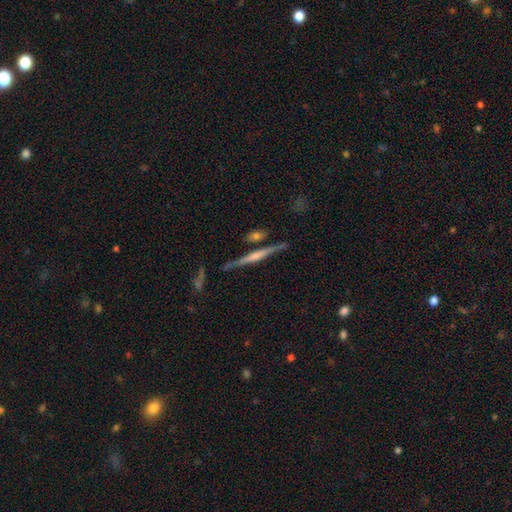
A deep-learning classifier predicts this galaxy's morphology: Q: Smooth or featured?
A: featured or disk (73%); runner-up: smooth (17%)
Q: Edge-on disk?
A: yes (95%); runner-up: no (5%)
Q: Edge-on bulge?
A: rounded (65%); runner-up: none (22%)
Q: Merging?
A: none (80%); runner-up: minor disturbance (11%)